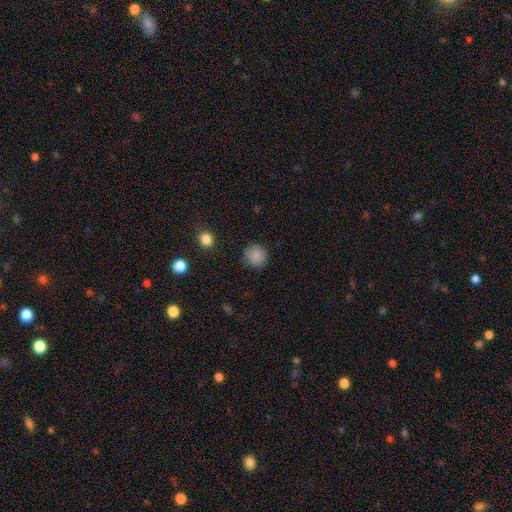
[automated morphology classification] A smooth galaxy with no disk features (86%) that is round (91%).

Vote fractions:
- Smooth or featured? smooth: 86% / star or artifact: 9% / featured or disk: 4%
- How rounded? round: 91% / in between: 8% / cigar-shaped: 1%
- Merging? none: 87% / minor disturbance: 9% / major disturbance: 3% / merger: 1%